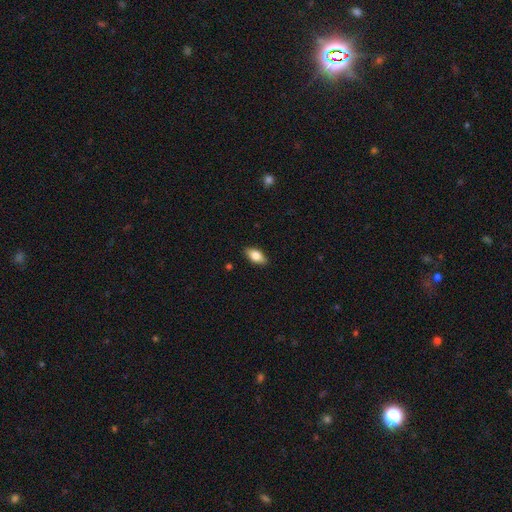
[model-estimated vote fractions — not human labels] This appears to be a smooth galaxy with no disk features (81%) that is in between round and cigar-shaped (89%). Merging: none (88%).